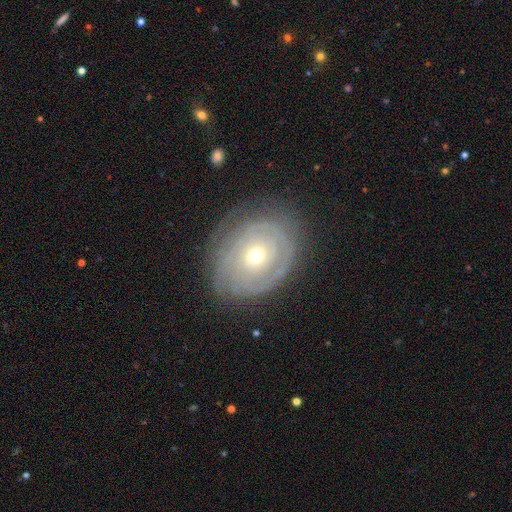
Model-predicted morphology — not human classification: The model was most divided on "bulge size": small: 54%, moderate: 42%, large: 2%, dominant: 1%, none: 1%. More confident: edge-on disk — no (95%); bar — no (85%); spiral winding — tight (81%); spiral arms — yes (77%); merging — none (75%); smooth or featured — featured or disk (73%); spiral arm count — can't tell (51%).